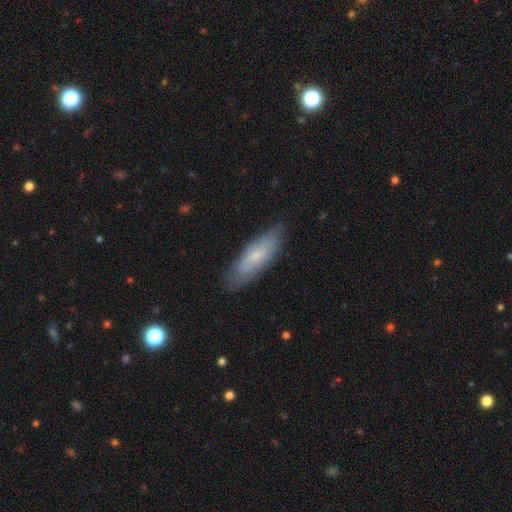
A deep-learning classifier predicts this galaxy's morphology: Smooth or featured?
  - smooth: 58% *
  - featured or disk: 35%
  - star or artifact: 7%
How rounded?
  - cigar-shaped: 51% *
  - in between: 47%
  - round: 2%
Merging?
  - none: 82% *
  - minor disturbance: 14%
  - major disturbance: 3%
  - merger: 1%